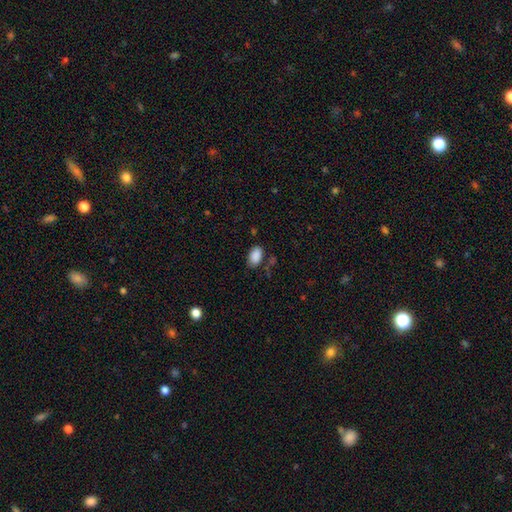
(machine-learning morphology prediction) Smooth or featured? smooth (89%)
How rounded? in between (92%)
Merging? none (78%)